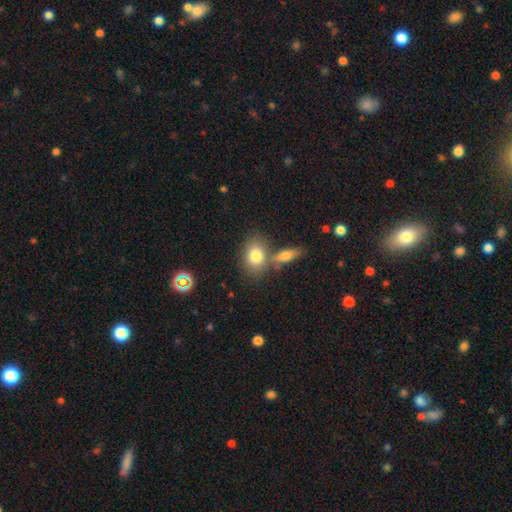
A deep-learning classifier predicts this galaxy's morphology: The model was most divided on "merging": none: 54%, merger: 31%, minor disturbance: 11%, major disturbance: 4%. More confident: smooth or featured — smooth (79%); how rounded — in between (72%).